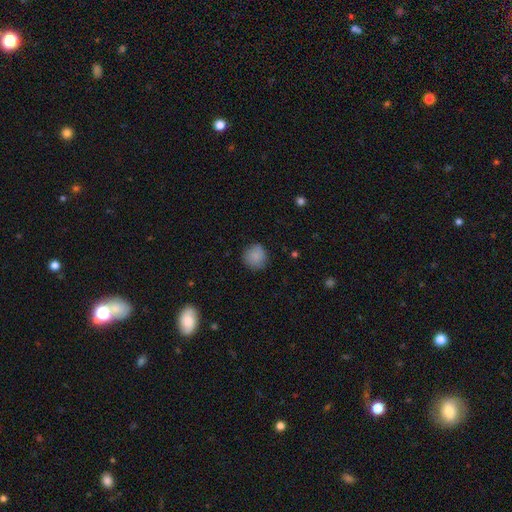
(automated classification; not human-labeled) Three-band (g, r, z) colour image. It shows a smooth galaxy with no disk features (86%) that is round (91%). Merging: none (84%).